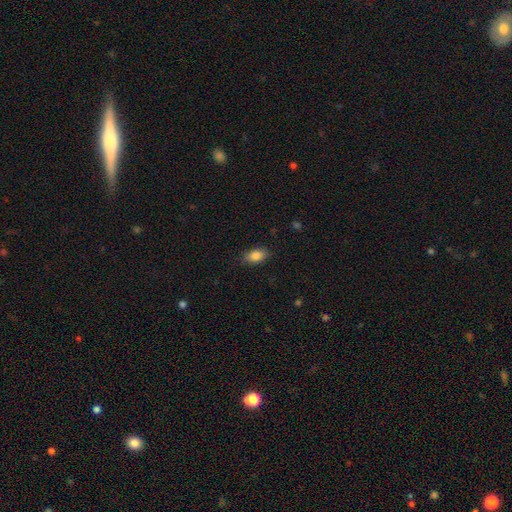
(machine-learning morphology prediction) Smooth or featured? Predicted: smooth (p=0.86). How rounded? Predicted: in between (p=0.89). Merging? Predicted: none (p=0.85).